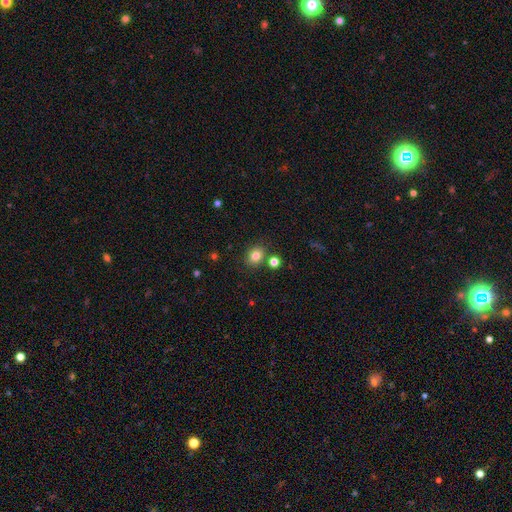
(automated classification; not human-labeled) smooth-or-featured: smooth: 81% | star or artifact: 13% | featured or disk: 7%
  how-rounded: round: 58% | in between: 41% | cigar-shaped: 1%
  merging: none: 78% | minor disturbance: 10% | merger: 8% | major disturbance: 3%